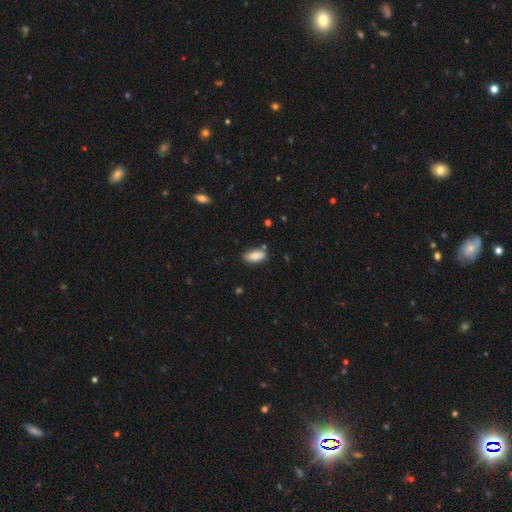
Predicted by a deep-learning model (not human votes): Smooth or featured? smooth (85%)
How rounded? in between (86%)
Merging? none (78%)